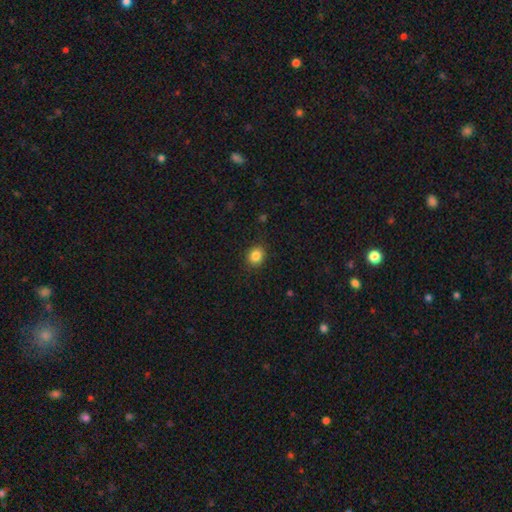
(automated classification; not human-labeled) This is clearly a smooth galaxy (85%). How rounded: likely round (66%). Merging: clearly none (88%).